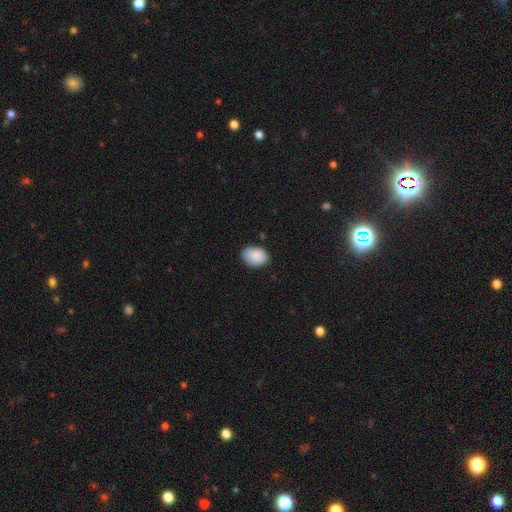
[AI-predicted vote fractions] Overall: smooth (88%). How rounded: in between (73%). Merging: none (80%).